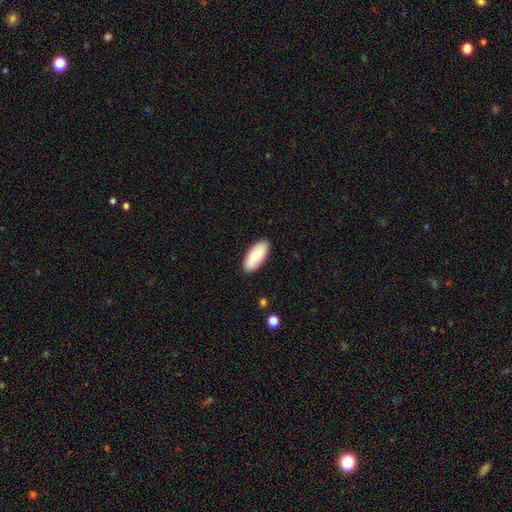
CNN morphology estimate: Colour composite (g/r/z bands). It shows a smooth galaxy with no disk features (77%) that is in between round and cigar-shaped (88%). Merging: none (89%).